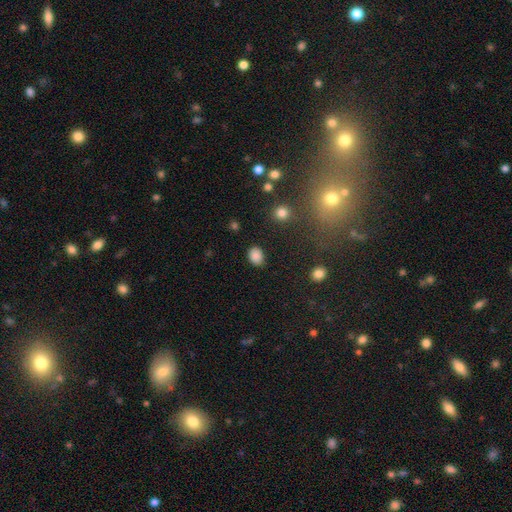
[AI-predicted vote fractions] A smooth galaxy with no disk features (86%) that is in between round and cigar-shaped (65%). Merging: none (86%).